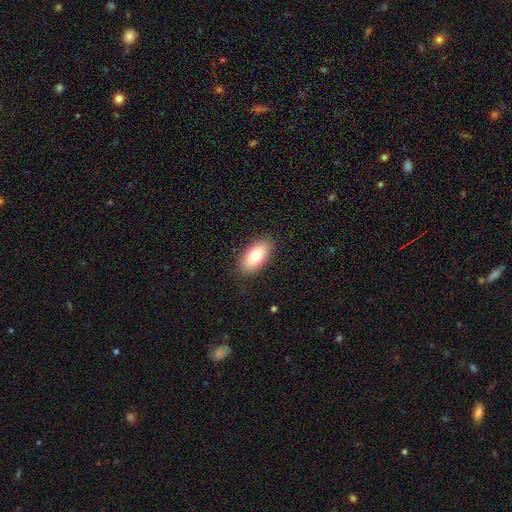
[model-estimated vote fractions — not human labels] smooth 77%, featured or disk 16%, star or artifact 7%. Down the decision tree: how rounded — in between (91%); merging — none (88%).